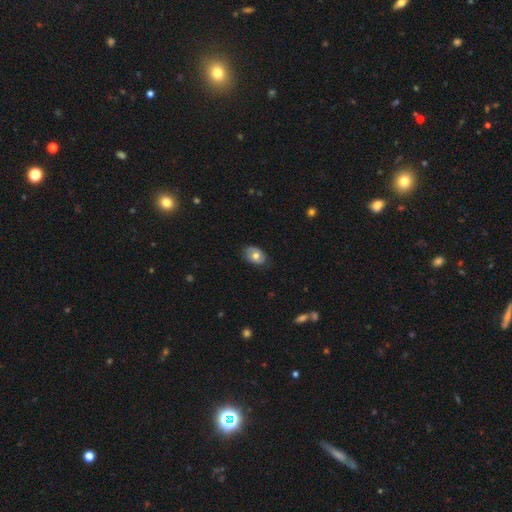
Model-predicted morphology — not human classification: smooth_or_featured: smooth (p=0.63) [alt: featured or disk p=0.29]
how_rounded: in between (p=0.81) [alt: round p=0.18]
merging: none (p=0.76) [alt: minor disturbance p=0.20]